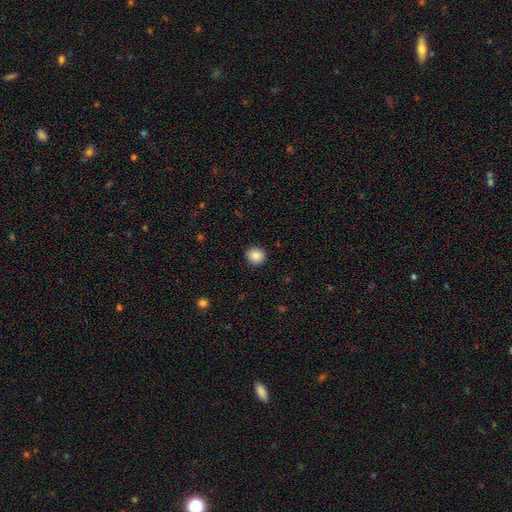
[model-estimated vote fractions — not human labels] This is clearly a smooth galaxy (87%). How rounded: clearly round (87%). Merging: clearly none (92%).